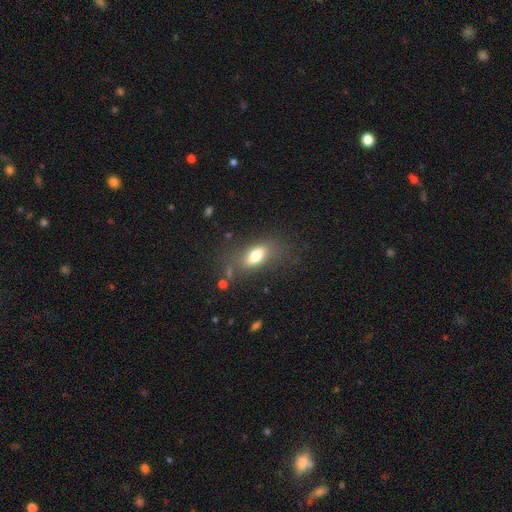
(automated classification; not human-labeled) Q: Smooth or featured?
A: smooth (74%); runner-up: featured or disk (17%)
Q: How rounded?
A: in between (82%); runner-up: cigar-shaped (12%)
Q: Merging?
A: none (66%); runner-up: minor disturbance (19%)